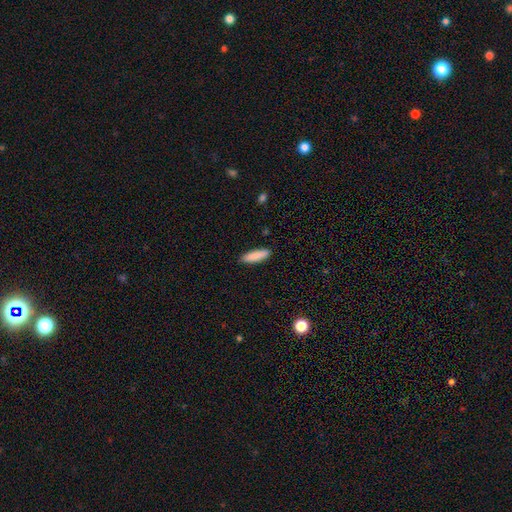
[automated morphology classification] smooth_or_featured: smooth (p=0.88) [alt: star or artifact p=0.06]
how_rounded: cigar-shaped (p=0.62) [alt: in between p=0.37]
merging: none (p=0.89) [alt: minor disturbance p=0.08]